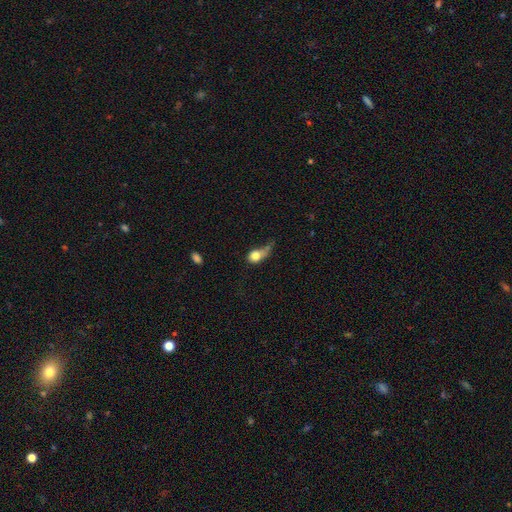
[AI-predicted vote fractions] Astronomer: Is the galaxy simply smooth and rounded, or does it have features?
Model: smooth — 75%.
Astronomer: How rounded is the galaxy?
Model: in between — 54% (runner-up: round, 42%).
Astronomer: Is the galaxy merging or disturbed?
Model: major disturbance — 39% (runner-up: minor disturbance, 26%).